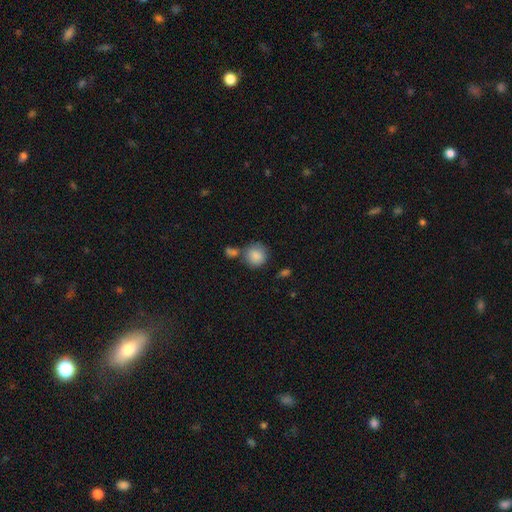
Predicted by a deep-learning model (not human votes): Morphology: type=smooth (86%); roundness=round (87%); merging=none (57%).